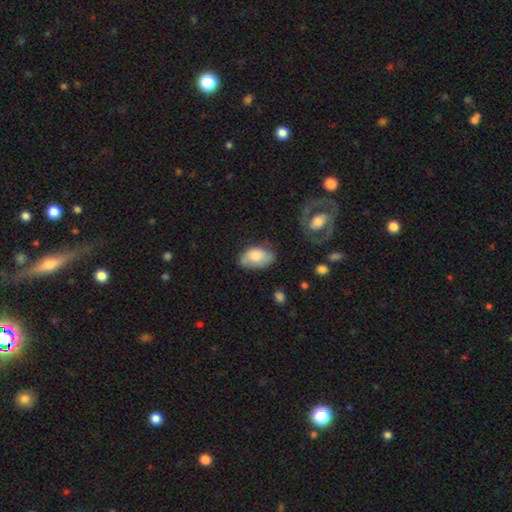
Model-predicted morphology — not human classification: Overall: smooth (72%). How rounded: in between (91%). Merging: none (58%; minor disturbance 30%).